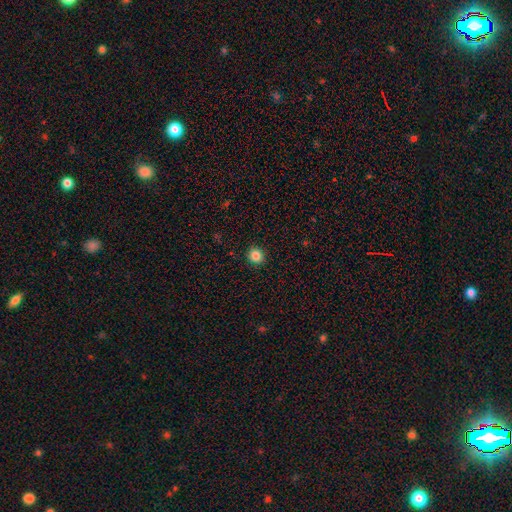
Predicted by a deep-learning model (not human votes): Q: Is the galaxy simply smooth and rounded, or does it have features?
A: smooth — 85%.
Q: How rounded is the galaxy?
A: round — 90%.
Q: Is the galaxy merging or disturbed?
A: none — 92%.